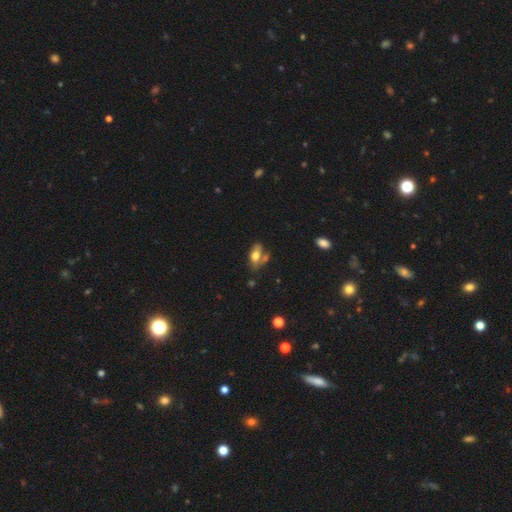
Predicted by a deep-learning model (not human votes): Q: Smooth or featured?
A: smooth (70%); runner-up: featured or disk (22%)
Q: How rounded?
A: in between (87%); runner-up: cigar-shaped (9%)
Q: Merging?
A: none (52%); runner-up: merger (24%)